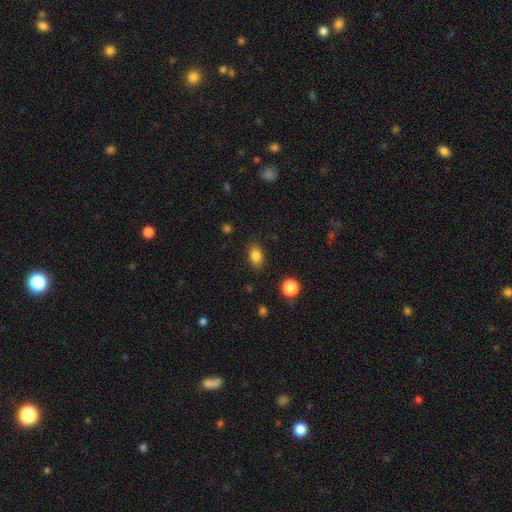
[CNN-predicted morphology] Smooth or featured? Predicted: smooth (p=0.83). How rounded? Predicted: in between (p=0.80). Merging? Predicted: none (p=0.86).